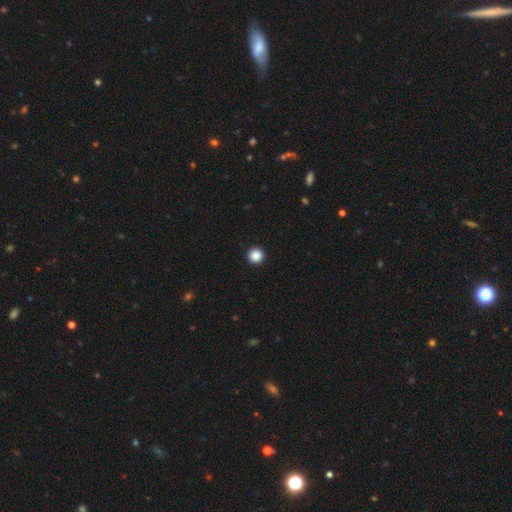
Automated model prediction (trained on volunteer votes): This is clearly a smooth galaxy (88%). How rounded: clearly round (96%). Merging: clearly none (94%).